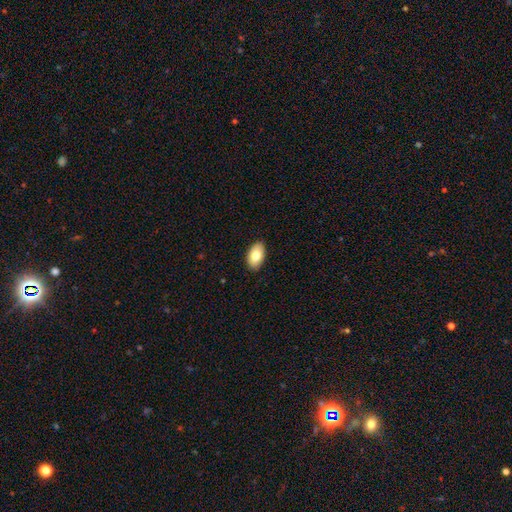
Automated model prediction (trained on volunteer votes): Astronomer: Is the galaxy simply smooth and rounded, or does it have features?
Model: smooth — 80%.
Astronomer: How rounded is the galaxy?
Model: in between — 93%.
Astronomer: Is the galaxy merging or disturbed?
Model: none — 88%.